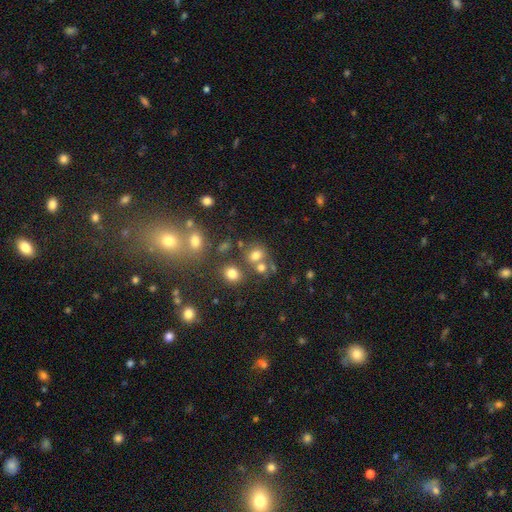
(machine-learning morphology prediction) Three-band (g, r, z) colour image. It shows a smooth galaxy with no disk features (69%) that is round (62%). Merging: none (50%).